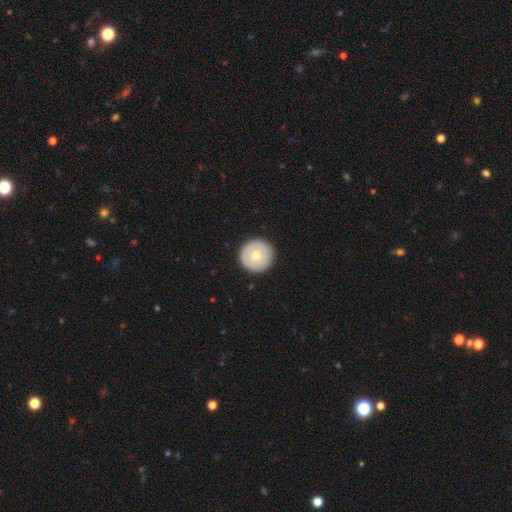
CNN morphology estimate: The model was most divided on "smooth or featured": smooth: 64%, featured or disk: 30%, star or artifact: 6%. More confident: how rounded — round (96%); merging — none (92%).